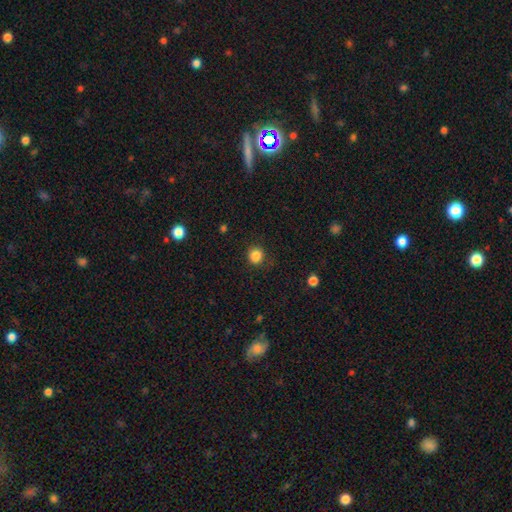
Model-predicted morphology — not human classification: smooth 85%, star or artifact 12%, featured or disk 3%. Down the decision tree: how rounded — round (84%); merging — none (83%).